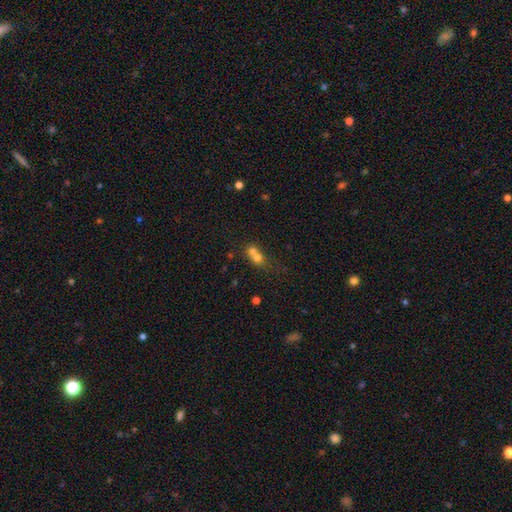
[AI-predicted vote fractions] smooth_or_featured: smooth (p=0.67) [alt: featured or disk p=0.19]
how_rounded: round (p=0.65) [alt: in between p=0.33]
merging: merger (p=0.69) [alt: none p=0.22]